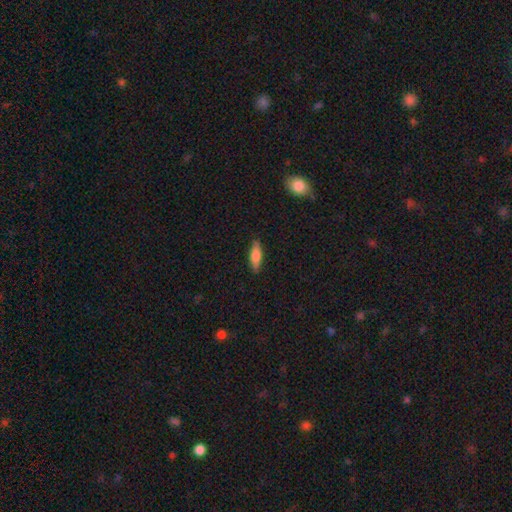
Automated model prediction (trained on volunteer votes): Smooth or featured: smooth — 74% (featured or disk — 20%)
How rounded: cigar-shaped — 53% (in between — 45%)
Merging: none — 87% (minor disturbance — 10%)